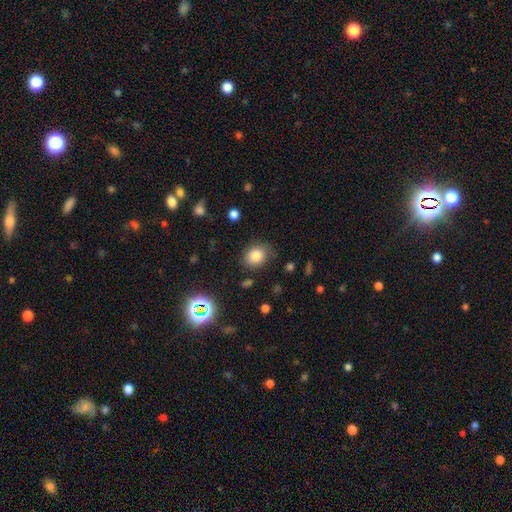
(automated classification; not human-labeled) smooth-or-featured: smooth: 81% | star or artifact: 12% | featured or disk: 7%
  how-rounded: round: 54% | in between: 45% | cigar-shaped: 1%
  merging: none: 81% | minor disturbance: 14% | major disturbance: 4% | merger: 2%